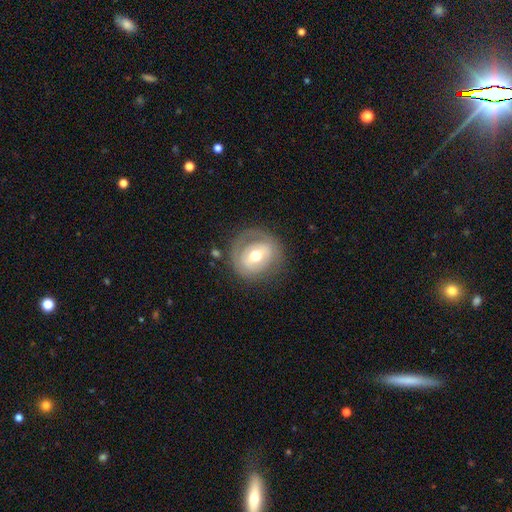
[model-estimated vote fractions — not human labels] Smooth or featured?
  - featured or disk: 56% *
  - smooth: 38%
  - star or artifact: 6%
Edge-on disk?
  - no: 95% *
  - yes: 5%
Bar?
  - no: 42% *
  - weak: 37%
  - strong: 22%
Spiral arms?
  - no: 63% *
  - yes: 37%
Bulge size?
  - moderate: 73% *
  - small: 14%
  - large: 11%
  - dominant: 1%
  - none: 1%
Merging?
  - none: 75% *
  - minor disturbance: 15%
  - major disturbance: 8%
  - merger: 2%